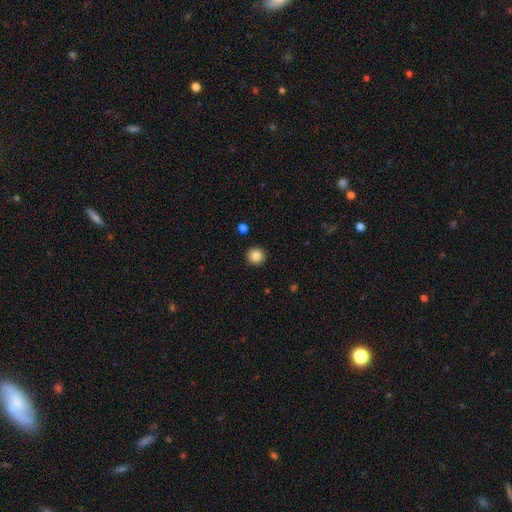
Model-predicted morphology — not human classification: Smooth or featured? smooth (85%)
How rounded? round (93%)
Merging? none (92%)